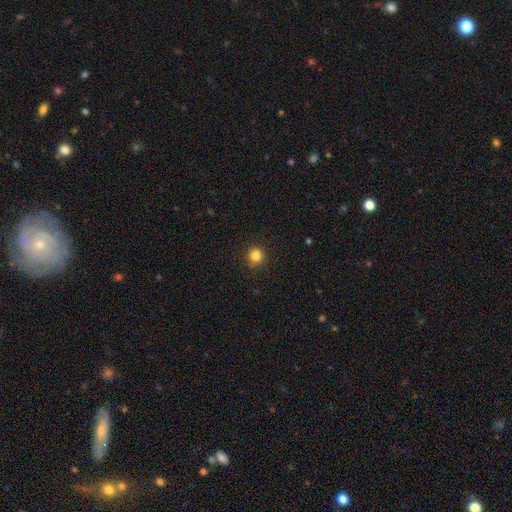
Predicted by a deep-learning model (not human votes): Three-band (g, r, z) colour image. It shows a smooth galaxy with no disk features (83%) that is round (93%). Merging: none (89%).